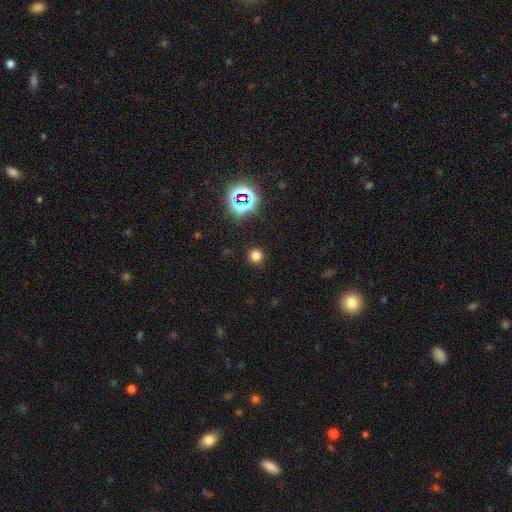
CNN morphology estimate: smooth 74%, star or artifact 21%, featured or disk 5%. Down the decision tree: how rounded — round (92%); merging — none (90%).